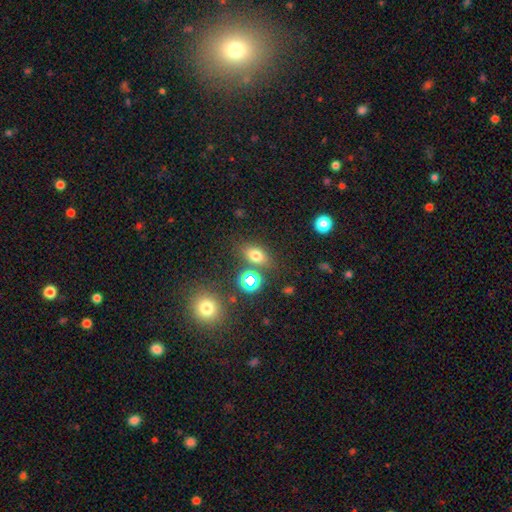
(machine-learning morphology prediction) smooth 70%, star or artifact 21%, featured or disk 9%. Down the decision tree: how rounded — in between (70%); merging — none (74%).